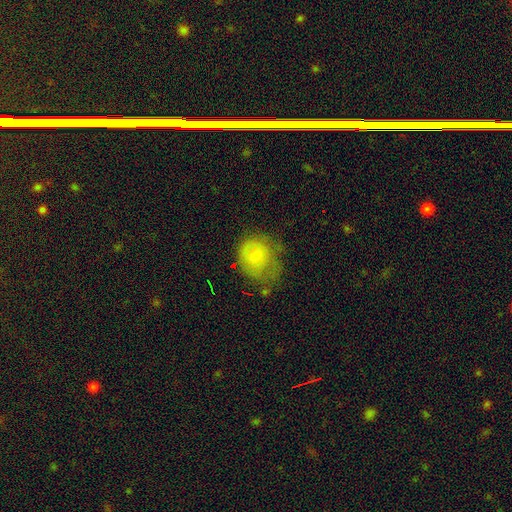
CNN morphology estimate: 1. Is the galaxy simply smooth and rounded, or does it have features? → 64% smooth, 27% featured or disk, 9% star or artifact.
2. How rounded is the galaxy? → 62% round, 37% in between, 1% cigar-shaped.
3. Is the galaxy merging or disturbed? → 33% none, 32% major disturbance, 31% minor disturbance, 4% merger.